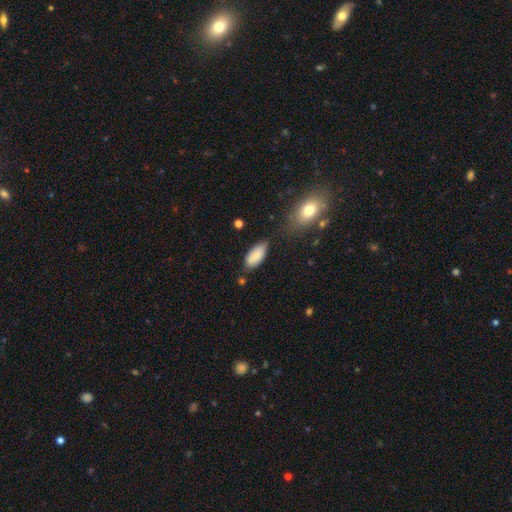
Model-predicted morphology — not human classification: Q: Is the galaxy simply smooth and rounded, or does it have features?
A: smooth — 84%.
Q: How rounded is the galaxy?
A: in between — 91%.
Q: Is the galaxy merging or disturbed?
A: none — 70%.